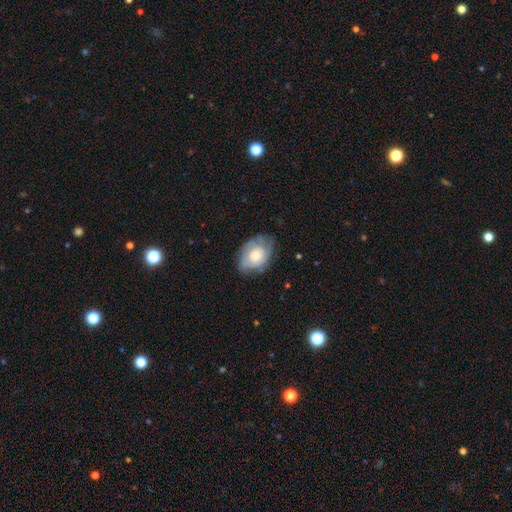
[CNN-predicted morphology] This is possibly a smooth galaxy (49%). Merging: likely none (63%).